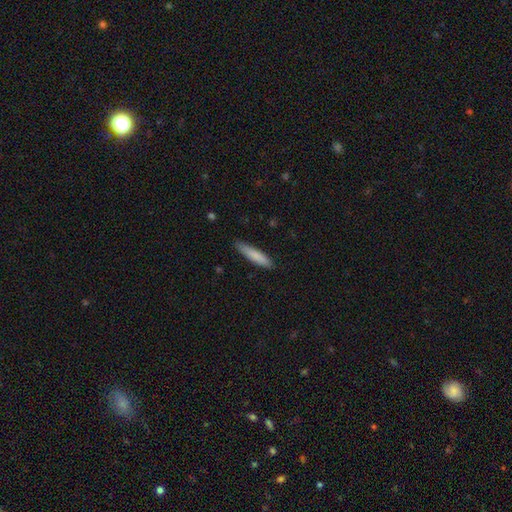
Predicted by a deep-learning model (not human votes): Smooth or featured?
  - smooth: 83% *
  - featured or disk: 12%
  - star or artifact: 6%
How rounded?
  - cigar-shaped: 86% *
  - in between: 13%
  - round: 1%
Merging?
  - none: 86% *
  - minor disturbance: 11%
  - major disturbance: 2%
  - merger: 1%